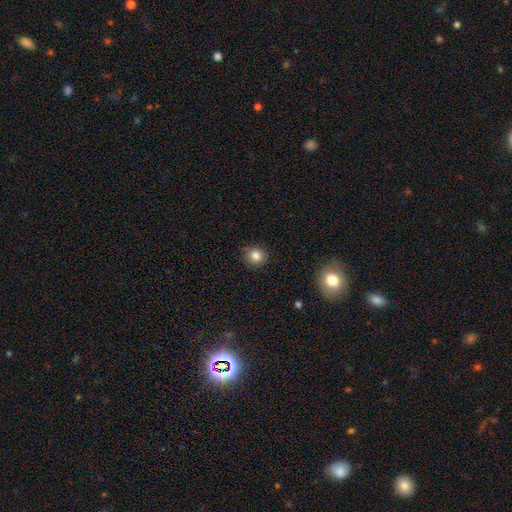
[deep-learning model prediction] Smooth or featured? smooth (84%)
How rounded? round (88%)
Merging? none (86%)